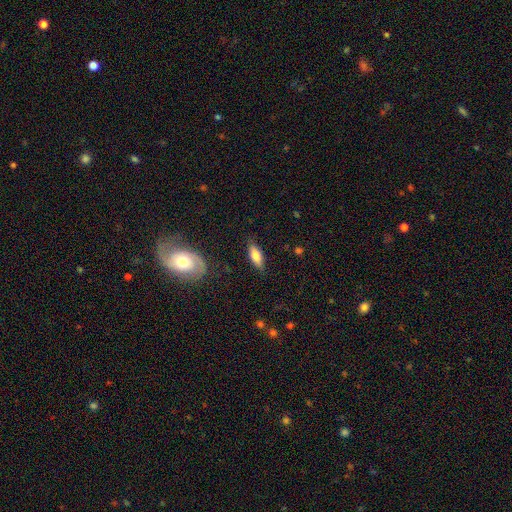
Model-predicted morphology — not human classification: Overall: smooth (75%). How rounded: in between (76%). Merging: none (83%).